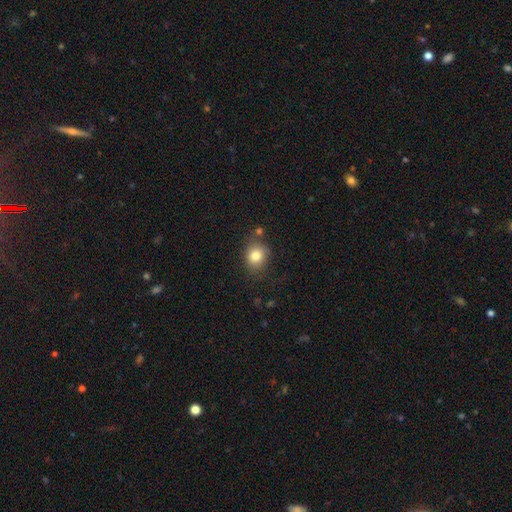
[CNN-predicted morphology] A smooth galaxy with no disk features (81%) that is round (62%).

Vote fractions:
- Smooth or featured? smooth: 81% / star or artifact: 10% / featured or disk: 8%
- How rounded? round: 62% / in between: 37% / cigar-shaped: 1%
- Merging? none: 72% / minor disturbance: 17% / merger: 6% / major disturbance: 5%